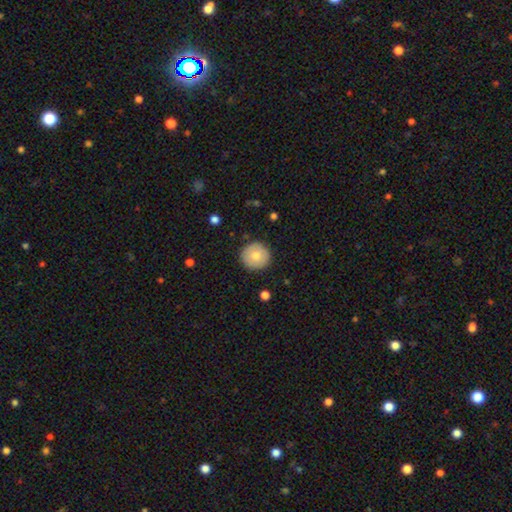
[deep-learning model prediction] Smooth or featured: smooth — 76% (featured or disk — 17%)
How rounded: round — 94% (in between — 5%)
Merging: none — 89% (minor disturbance — 8%)